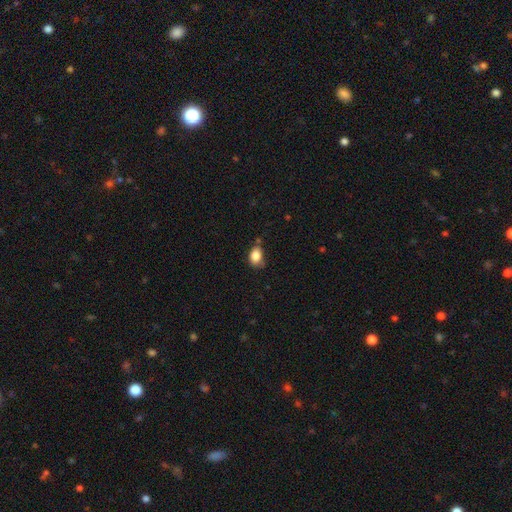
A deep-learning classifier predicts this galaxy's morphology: Overall: smooth (84%). How rounded: in between (70%). Merging: none (52%; minor disturbance 34%).